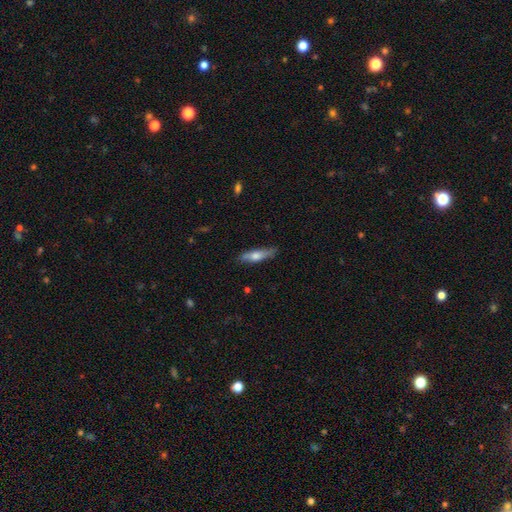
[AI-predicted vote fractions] A smooth galaxy with no disk features (56%) that is cigar-shaped (75%). Merging: none (81%).